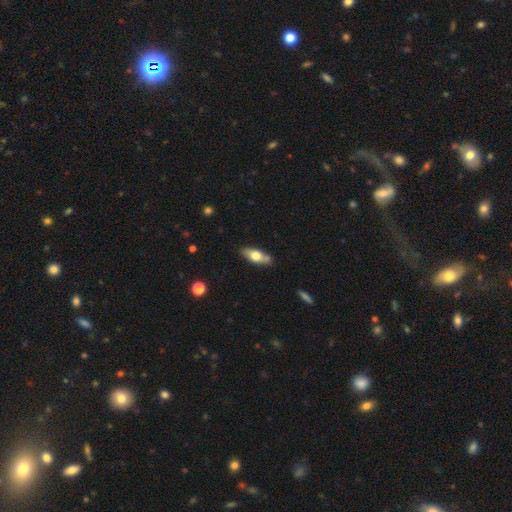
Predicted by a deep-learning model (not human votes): A smooth galaxy with no disk features (63%) that is in between round and cigar-shaped (73%). Merging: none (76%).